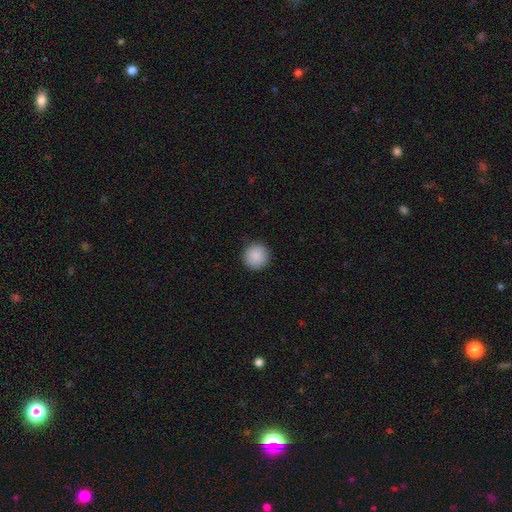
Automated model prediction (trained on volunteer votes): Smooth or featured: smooth — 89% (star or artifact — 8%)
How rounded: round — 95% (in between — 4%)
Merging: none — 91% (minor disturbance — 6%)